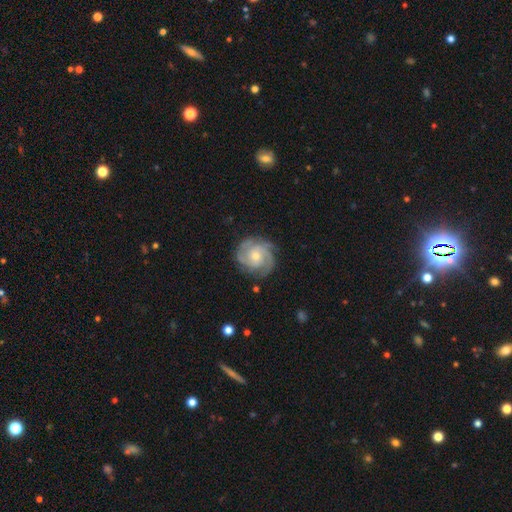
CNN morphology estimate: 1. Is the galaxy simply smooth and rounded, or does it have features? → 87% featured or disk, 9% smooth, 5% star or artifact.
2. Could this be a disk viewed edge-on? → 98% no, 2% yes.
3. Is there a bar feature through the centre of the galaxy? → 71% no, 25% weak, 4% strong.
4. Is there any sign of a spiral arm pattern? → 98% yes, 2% no.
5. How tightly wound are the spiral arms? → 61% tight, 33% medium, 5% loose.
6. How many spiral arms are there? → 52% 3, 17% 2, 11% 4, 11% can't tell, 4% 1, 4% more than 4.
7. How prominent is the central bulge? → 54% moderate, 40% small, 3% large, 2% none, 1% dominant.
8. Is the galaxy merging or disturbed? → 80% none, 15% minor disturbance, 4% major disturbance, 1% merger.